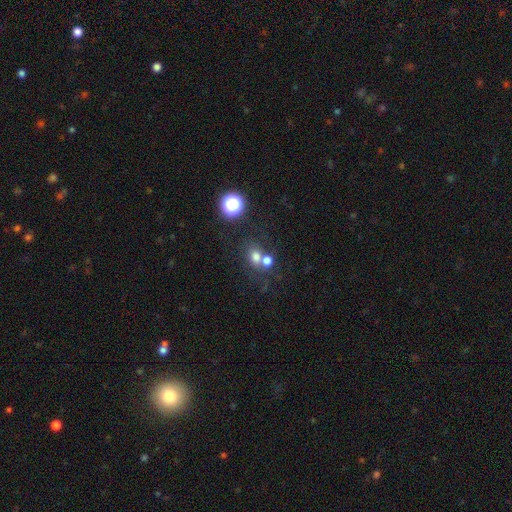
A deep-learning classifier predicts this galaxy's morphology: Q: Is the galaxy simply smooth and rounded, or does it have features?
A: smooth — 71%.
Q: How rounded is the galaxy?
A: round — 65%.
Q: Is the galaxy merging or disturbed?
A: none — 48%.